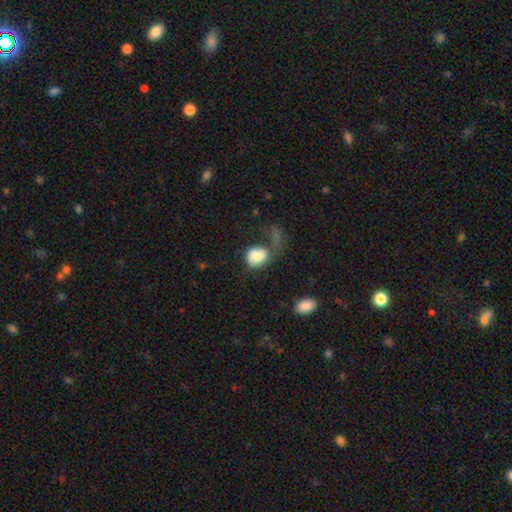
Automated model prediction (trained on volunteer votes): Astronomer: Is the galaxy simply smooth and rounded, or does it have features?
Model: smooth — 74%.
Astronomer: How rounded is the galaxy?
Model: round — 54% (runner-up: in between, 45%).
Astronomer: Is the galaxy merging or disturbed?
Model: major disturbance — 48%.